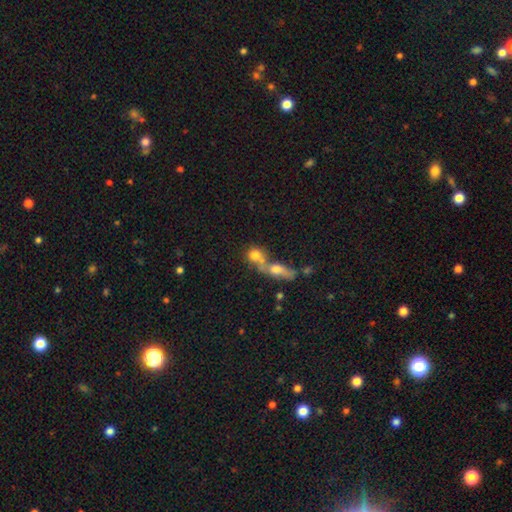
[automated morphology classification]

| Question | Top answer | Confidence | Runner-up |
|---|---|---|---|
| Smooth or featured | smooth | 72% | featured or disk (18%) |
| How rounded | round | 66% | in between (27%) |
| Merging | merger | 59% | none (29%) |